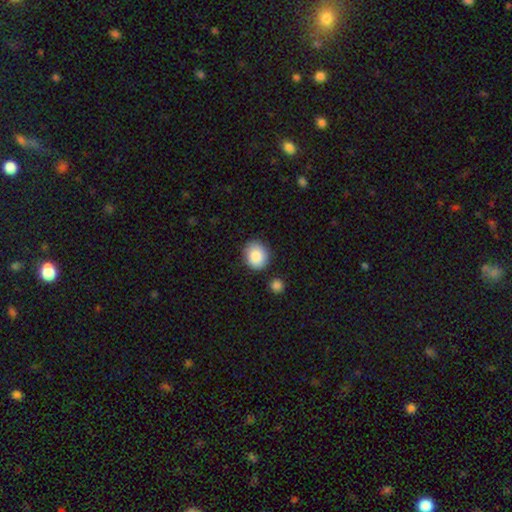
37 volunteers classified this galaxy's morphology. Smooth or featured? 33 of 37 (89%) said smooth. How rounded? 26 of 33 (79%) said round. Merging? 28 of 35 (80%) said none.